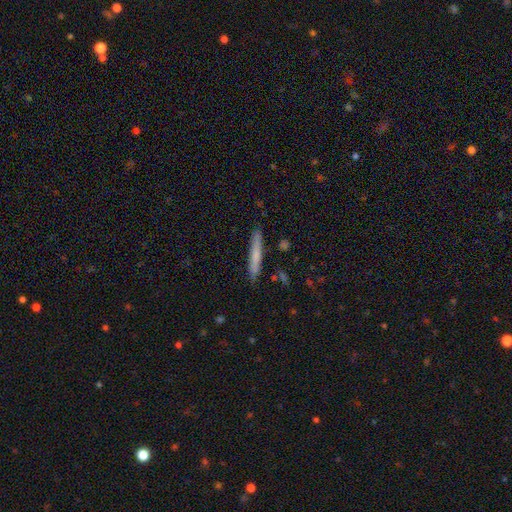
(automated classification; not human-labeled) This appears to be a smooth galaxy with no disk features (66%) that is cigar-shaped (95%). Merging: none (87%).